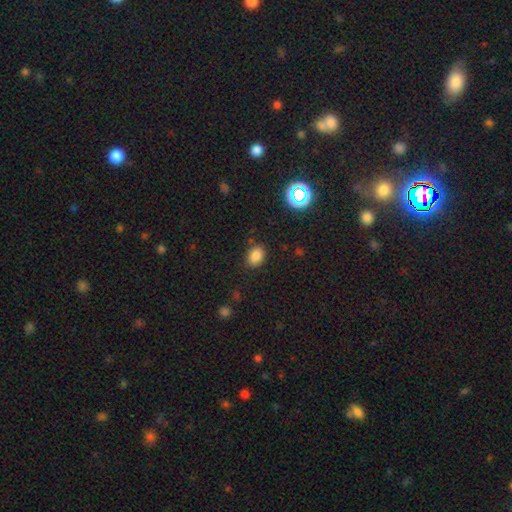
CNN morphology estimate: Smooth or featured: smooth — 82% (star or artifact — 13%)
How rounded: in between — 69% (round — 30%)
Merging: none — 85% (minor disturbance — 10%)